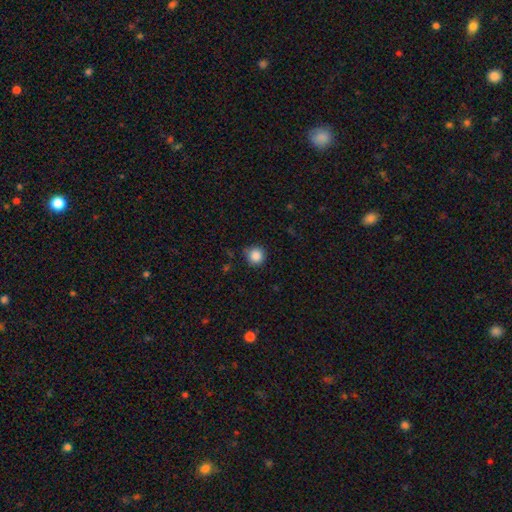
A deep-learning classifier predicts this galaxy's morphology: Smooth or featured?
  - smooth: 86% *
  - star or artifact: 10%
  - featured or disk: 3%
How rounded?
  - round: 95% *
  - in between: 4%
  - cigar-shaped: 1%
Merging?
  - none: 84% *
  - minor disturbance: 12%
  - major disturbance: 3%
  - merger: 2%